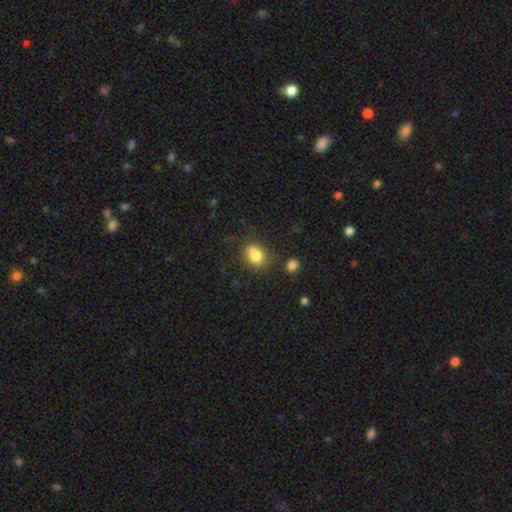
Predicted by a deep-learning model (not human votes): A smooth galaxy with no disk features (78%) that is round (50%). Merging: none (55%).